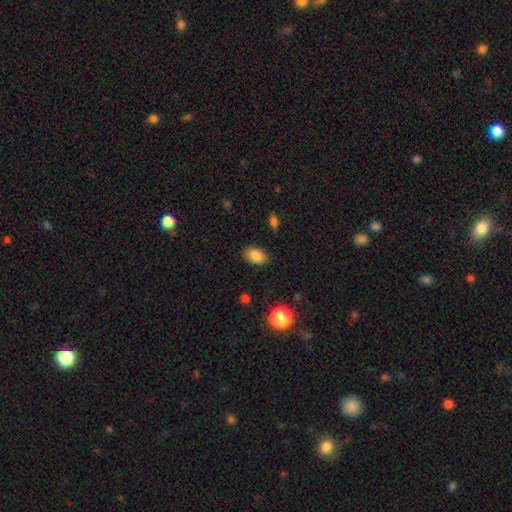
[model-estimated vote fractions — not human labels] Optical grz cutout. It shows a smooth galaxy with no disk features (85%) that is in between round and cigar-shaped (86%). Merging: none (86%).